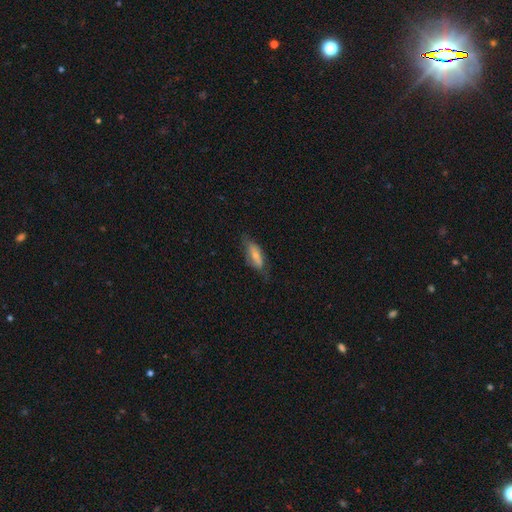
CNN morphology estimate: Overall: smooth (60%; featured or disk 33%). How rounded: in between (70%). Merging: none (60%; minor disturbance 28%).